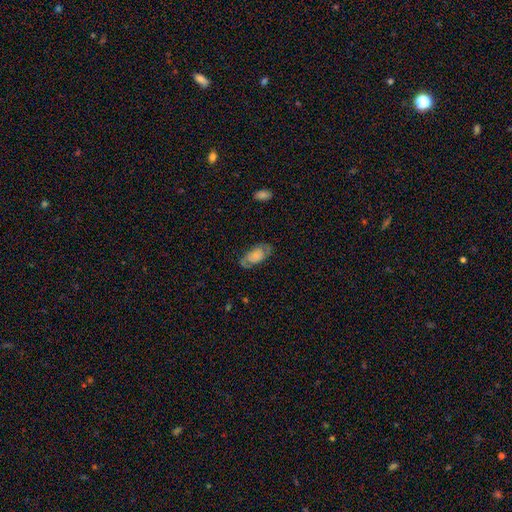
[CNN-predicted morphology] featured or disk 50%, smooth 43%, star or artifact 8%. Down the decision tree: merging — none (68%).